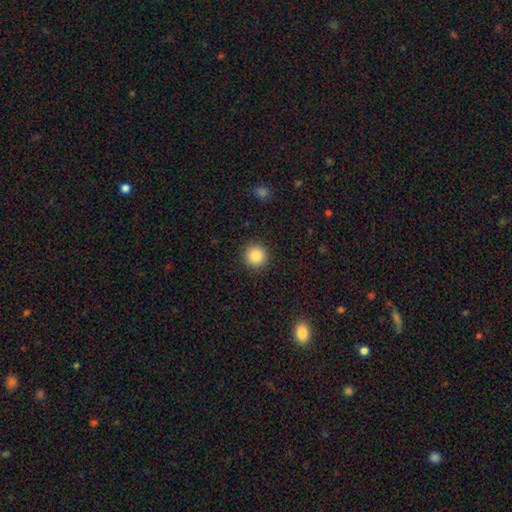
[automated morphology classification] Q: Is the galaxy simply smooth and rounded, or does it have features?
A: smooth — 85%.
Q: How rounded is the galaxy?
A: round — 95%.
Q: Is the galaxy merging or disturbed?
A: none — 92%.